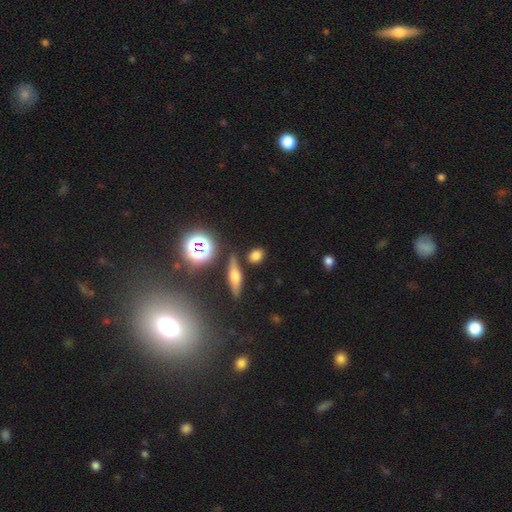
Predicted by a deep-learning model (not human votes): A smooth galaxy with no disk features (69%) that is round (54%).

Vote fractions:
- Smooth or featured? smooth: 69% / star or artifact: 19% / featured or disk: 12%
- How rounded? round: 54% / in between: 36% / cigar-shaped: 9%
- Merging? none: 81% / minor disturbance: 10% / merger: 6% / major disturbance: 3%